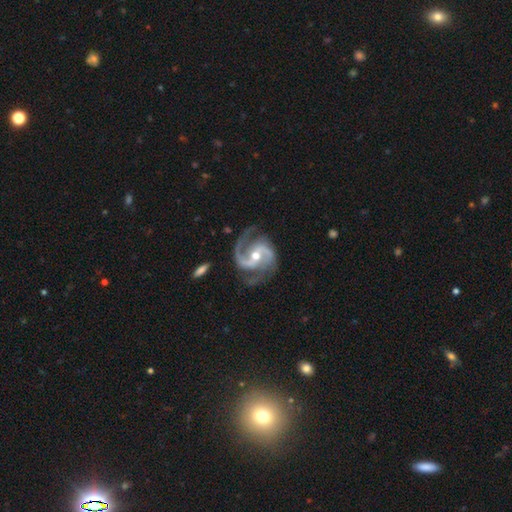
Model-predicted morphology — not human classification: A featured or disk galaxy (93%) with a weak bar (39%), 2 (89%) medium (61%) spiral arms (98%) and a moderate central bulge (63%). Merging: none (72%).